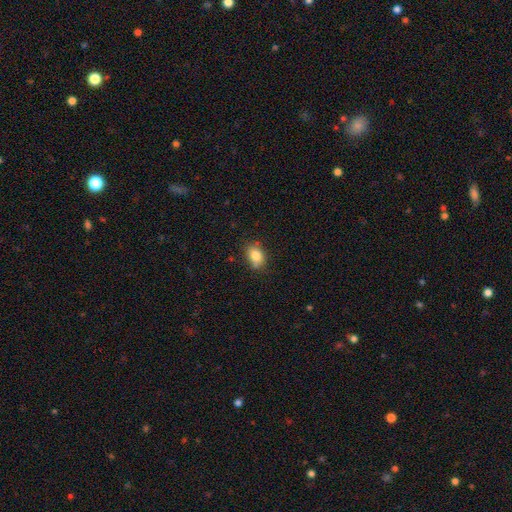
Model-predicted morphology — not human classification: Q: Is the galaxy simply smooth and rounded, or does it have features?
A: smooth — 82%.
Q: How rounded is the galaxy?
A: in between — 72%.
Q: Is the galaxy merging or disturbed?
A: none — 73%.